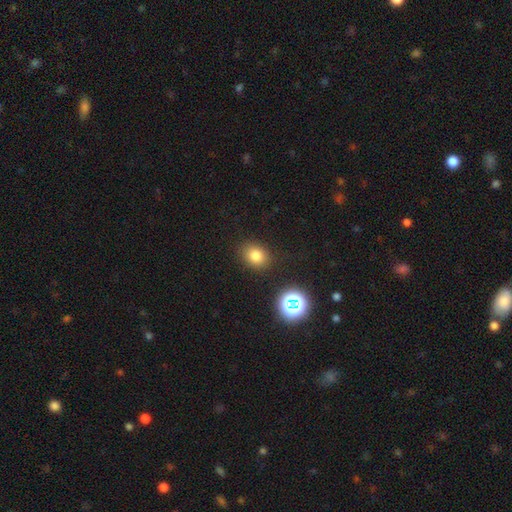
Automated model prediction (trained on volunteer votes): Smooth or featured: smooth — 78% (star or artifact — 16%)
How rounded: round — 56% (in between — 43%)
Merging: none — 86% (minor disturbance — 9%)